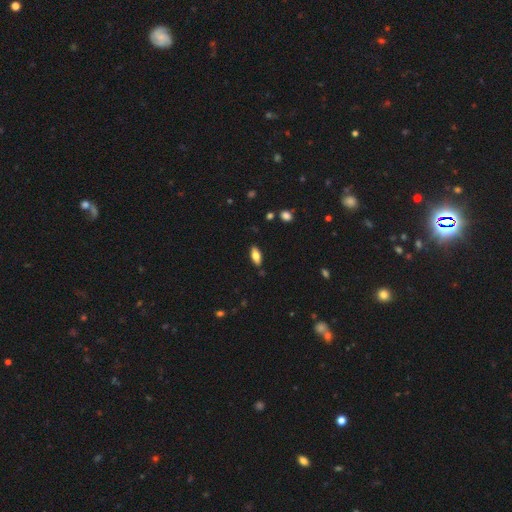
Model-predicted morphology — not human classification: This appears to be a smooth galaxy with no disk features (70%) that is in between round and cigar-shaped (80%). Merging: none (85%).